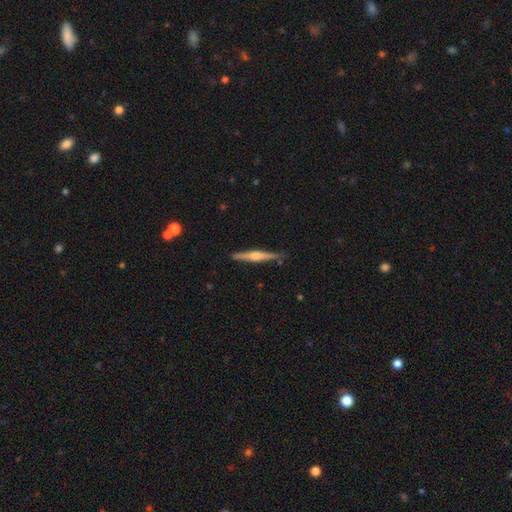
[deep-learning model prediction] featured or disk 73%, smooth 21%, star or artifact 6%. Down the decision tree: edge-on disk — yes (98%); edge-on bulge — rounded (80%); merging — none (89%).